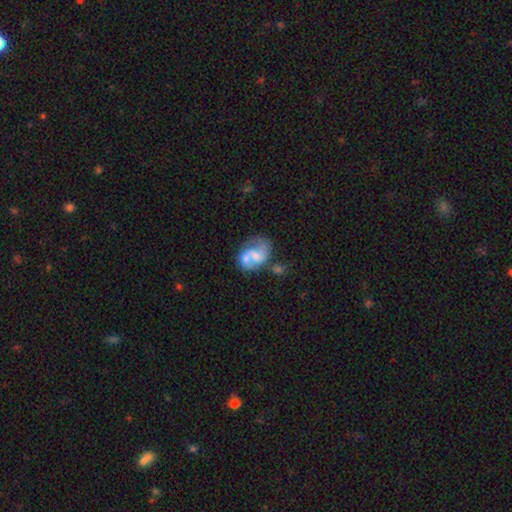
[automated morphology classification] smooth_or_featured: featured or disk (p=0.69) [alt: smooth p=0.25]
disk_edge_on: no (p=0.98) [alt: yes p=0.02]
bar: no (p=0.45) [alt: weak p=0.43]
has_spiral_arms: yes (p=0.84) [alt: no p=0.16]
spiral_winding: medium (p=0.47) [alt: loose p=0.39]
spiral_arm_count: 2 (p=0.81) [alt: 1 p=0.08]
bulge_size: small (p=0.40) [alt: moderate p=0.34]
merging: none (p=0.36) [alt: merger p=0.32]